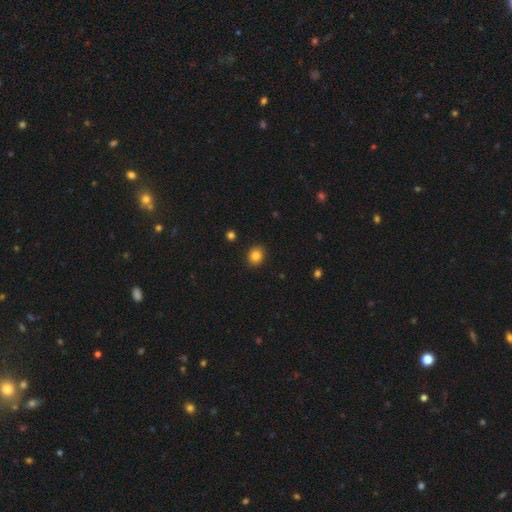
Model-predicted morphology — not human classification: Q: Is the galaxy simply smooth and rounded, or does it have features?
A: smooth — 84%.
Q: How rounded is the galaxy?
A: round — 65%.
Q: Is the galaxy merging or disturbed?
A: none — 90%.